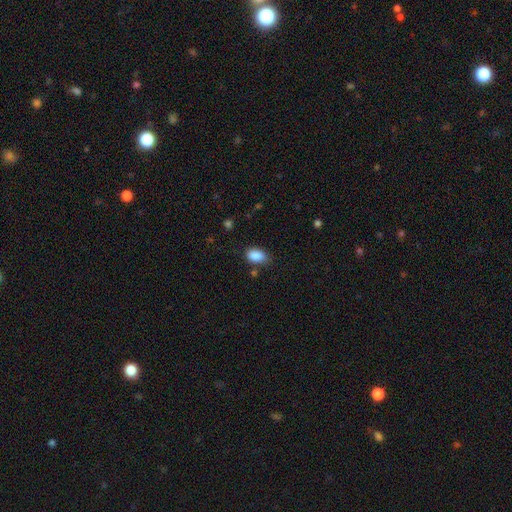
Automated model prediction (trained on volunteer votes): smooth-or-featured: smooth: 88% | star or artifact: 8% | featured or disk: 4%
  how-rounded: in between: 88% | round: 11% | cigar-shaped: 2%
  merging: none: 70% | minor disturbance: 22% | major disturbance: 5% | merger: 3%